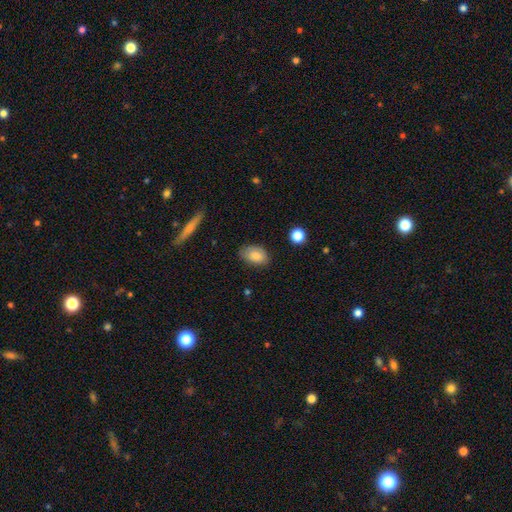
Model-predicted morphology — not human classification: Smooth or featured: smooth — 82% (featured or disk — 10%)
How rounded: in between — 89% (round — 9%)
Merging: none — 70% (minor disturbance — 24%)